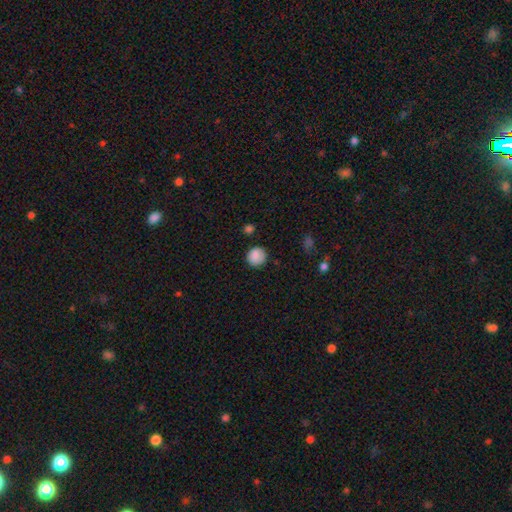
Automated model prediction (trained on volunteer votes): Smooth or featured: smooth — 87% (star or artifact — 9%)
How rounded: round — 91% (in between — 8%)
Merging: none — 84% (minor disturbance — 12%)